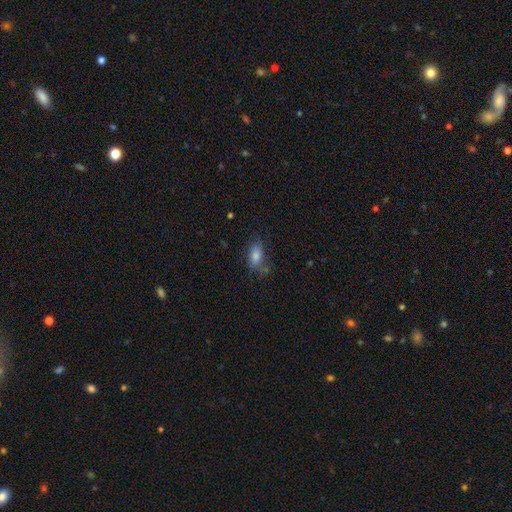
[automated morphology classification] The model was most divided on "merging": none: 61%, minor disturbance: 24%, major disturbance: 10%, merger: 5%. More confident: how rounded — in between (86%); smooth or featured — smooth (74%).